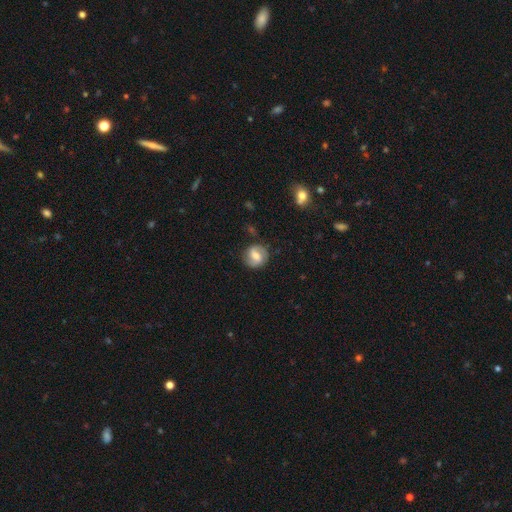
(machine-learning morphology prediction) This is likely a featured or disk galaxy (60%). It is clearly not viewed edge-on (97%). Bar: possibly weak (50%). Spiral arm pattern: clearly yes (87%). Spiral arm count: clearly 2 (86%). Spiral winding: marginally medium (45%). Central bulge: possibly moderate (56%). Merging: clearly none (80%).